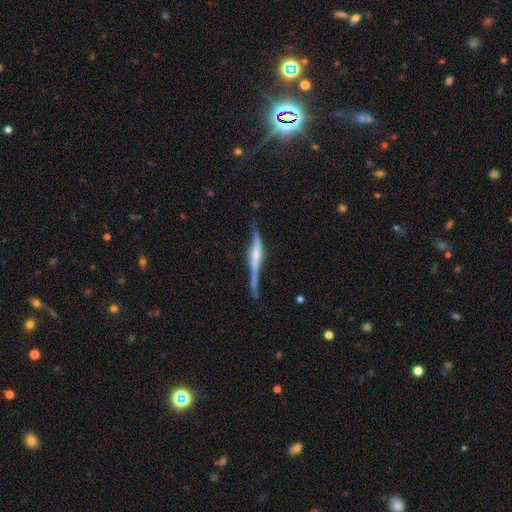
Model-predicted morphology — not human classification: This is likely a featured or disk galaxy (73%). It is clearly viewed edge-on (92%). Edge-on bulge: possibly rounded (57%). Merging: possibly none (54%).